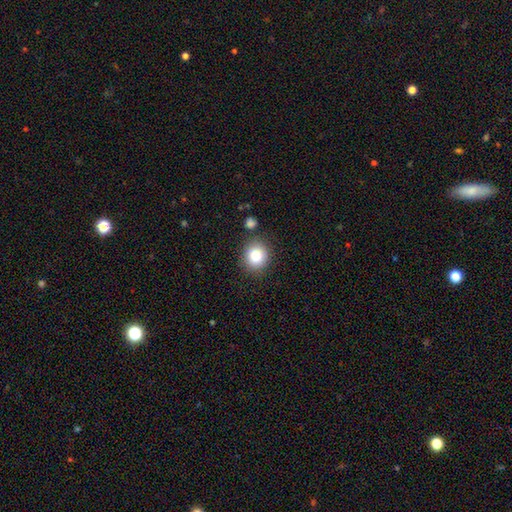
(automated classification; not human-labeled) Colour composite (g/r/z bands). It shows a smooth galaxy with no disk features (82%) that is round (76%). Merging: none (82%).